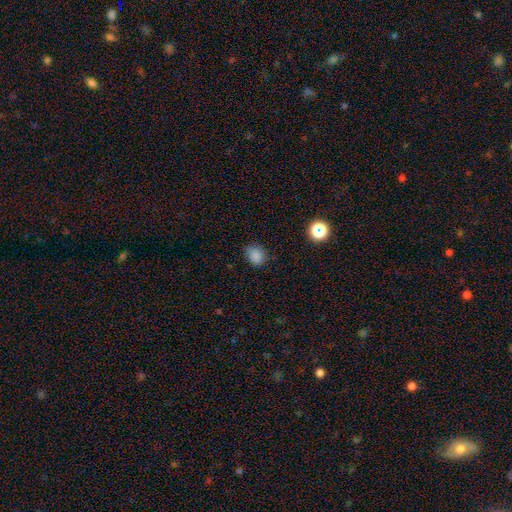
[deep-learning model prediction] Smooth or featured? Predicted: smooth (p=0.83). How rounded? Predicted: round (p=0.59). Merging? Predicted: none (p=0.75).